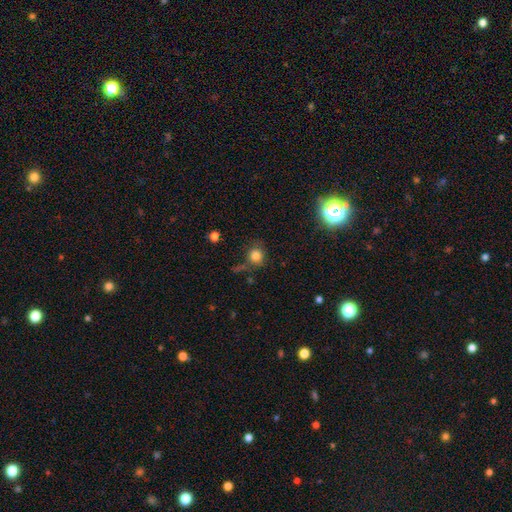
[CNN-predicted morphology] Smooth or featured? smooth (80%)
How rounded? round (82%)
Merging? none (71%)